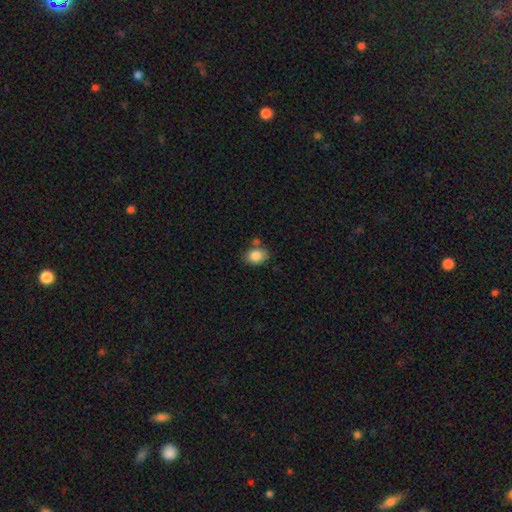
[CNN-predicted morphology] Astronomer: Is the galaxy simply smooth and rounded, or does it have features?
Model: smooth — 84%.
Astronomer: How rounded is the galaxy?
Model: in between — 60% (runner-up: round, 39%).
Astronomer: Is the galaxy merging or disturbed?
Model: none — 66%.